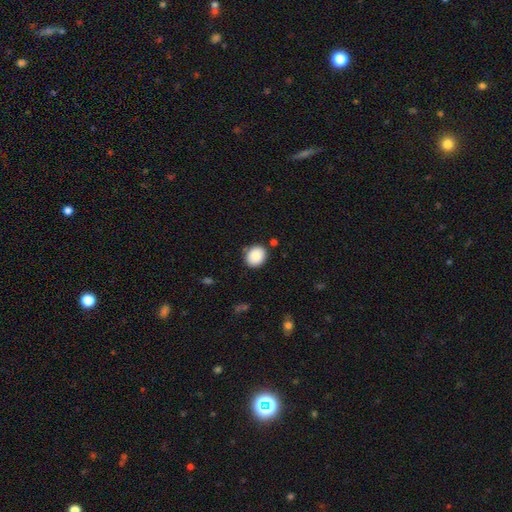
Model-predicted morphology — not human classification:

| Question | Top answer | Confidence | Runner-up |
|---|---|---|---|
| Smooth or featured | smooth | 87% | star or artifact (8%) |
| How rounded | round | 69% | in between (30%) |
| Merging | none | 82% | minor disturbance (13%) |